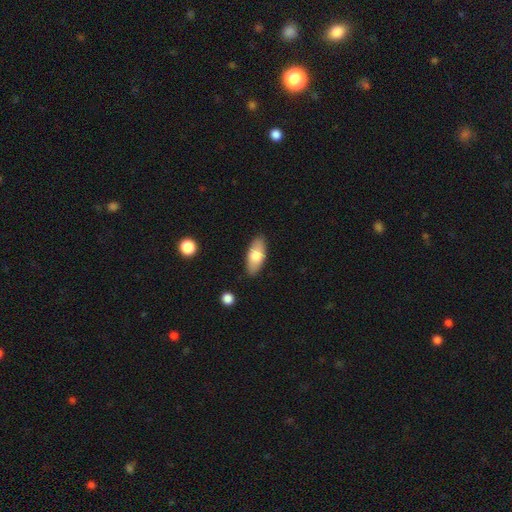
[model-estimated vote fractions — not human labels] Smooth or featured: smooth — 73% (featured or disk — 21%)
How rounded: in between — 85% (cigar-shaped — 12%)
Merging: none — 86% (minor disturbance — 10%)